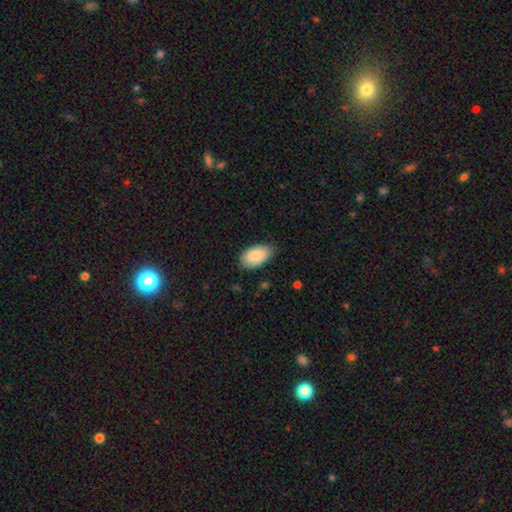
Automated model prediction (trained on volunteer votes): smooth-or-featured: smooth: 86% | featured or disk: 8% | star or artifact: 6%
  how-rounded: in between: 95% | round: 3% | cigar-shaped: 2%
  merging: none: 77% | minor disturbance: 19% | major disturbance: 3% | merger: 1%